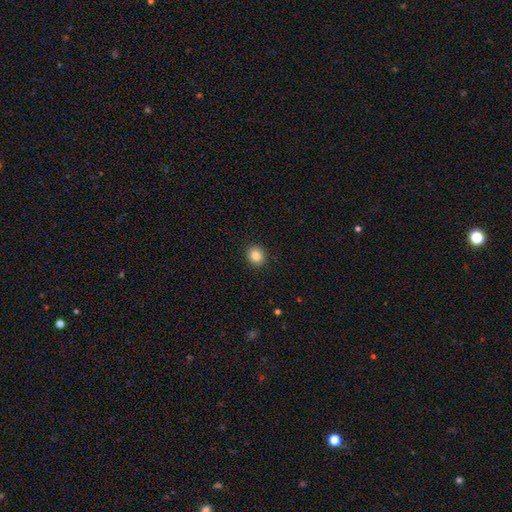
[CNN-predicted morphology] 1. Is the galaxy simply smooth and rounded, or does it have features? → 84% smooth, 10% star or artifact, 6% featured or disk.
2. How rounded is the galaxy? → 77% round, 22% in between, 1% cigar-shaped.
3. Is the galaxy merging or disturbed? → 92% none, 6% minor disturbance, 2% major disturbance, 1% merger.